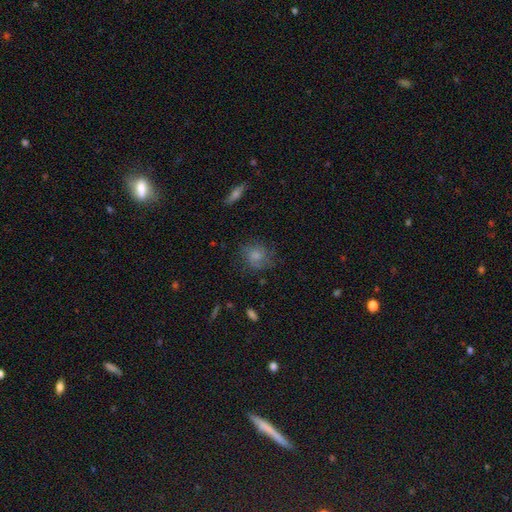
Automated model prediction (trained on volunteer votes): Overall: smooth (61%; featured or disk 28%). How rounded: round (75%). Merging: none (61%; minor disturbance 23%).